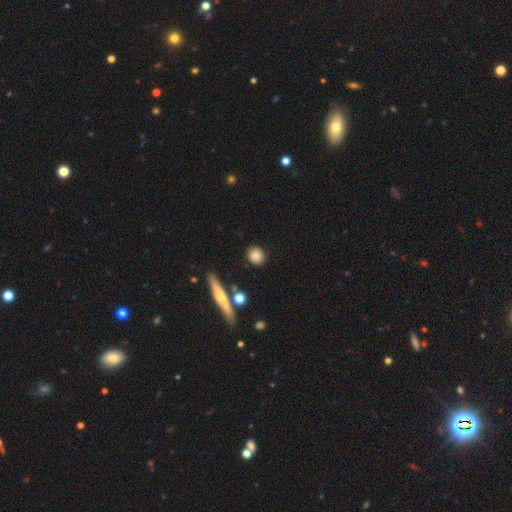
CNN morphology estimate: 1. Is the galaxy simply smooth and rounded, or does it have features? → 81% smooth, 10% featured or disk, 9% star or artifact.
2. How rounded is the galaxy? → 83% round, 14% in between, 3% cigar-shaped.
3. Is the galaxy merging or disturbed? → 86% none, 9% minor disturbance, 3% merger, 2% major disturbance.